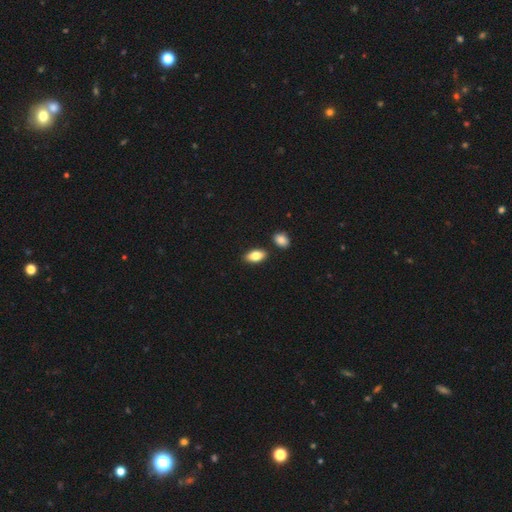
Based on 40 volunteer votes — A smooth galaxy with no disk features (88%) that is in between round and cigar-shaped (89%).

Vote fractions:
- Smooth or featured? smooth: 88% / star or artifact: 8% / featured or disk: 5%
- How rounded? in between: 89% / round: 6% / cigar-shaped: 6%
- Merging? none: 86% / minor disturbance: 8% / merger: 5% / major disturbance: 0%